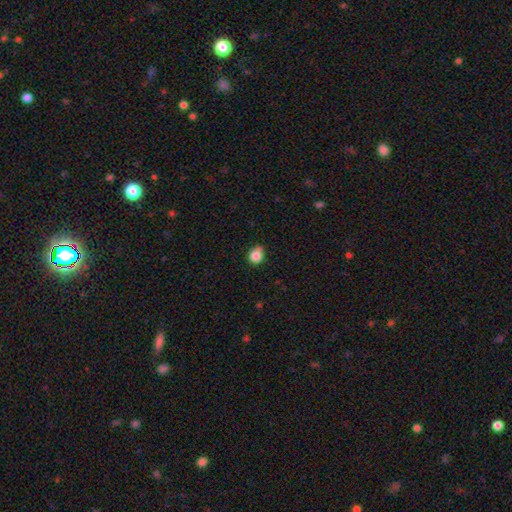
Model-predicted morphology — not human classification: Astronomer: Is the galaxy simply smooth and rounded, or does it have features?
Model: smooth — 84%.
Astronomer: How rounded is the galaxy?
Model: round — 72%.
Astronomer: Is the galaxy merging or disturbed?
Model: none — 64%.